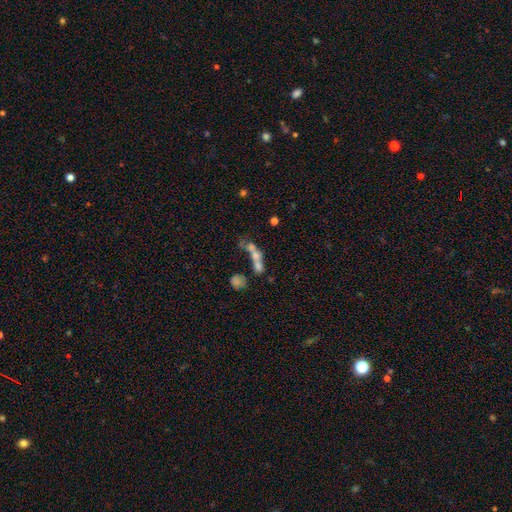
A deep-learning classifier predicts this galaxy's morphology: Smooth or featured? Predicted: smooth (p=0.51). How rounded? Predicted: in between (p=0.49). Merging? Predicted: merger (p=0.60).